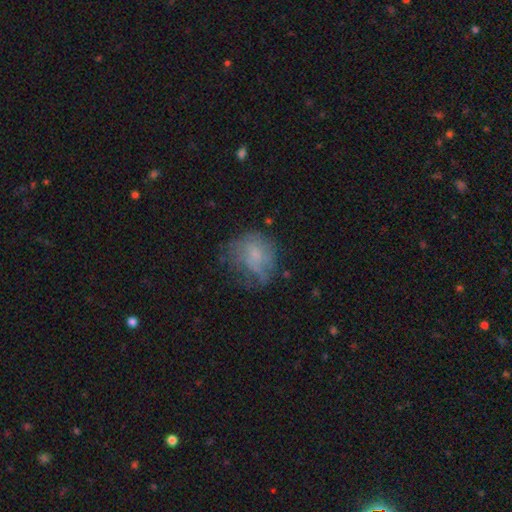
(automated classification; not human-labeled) Overall: smooth (54%; featured or disk 33%). How rounded: round (65%; in between 33%). Merging: none (42%; major disturbance 28%).